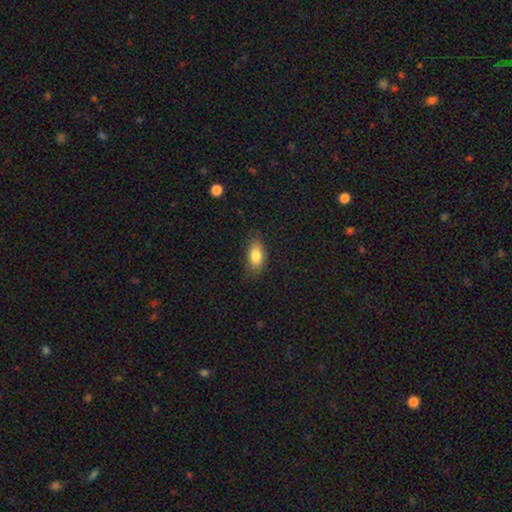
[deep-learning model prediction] Smooth or featured? smooth (82%)
How rounded? in between (88%)
Merging? none (77%)